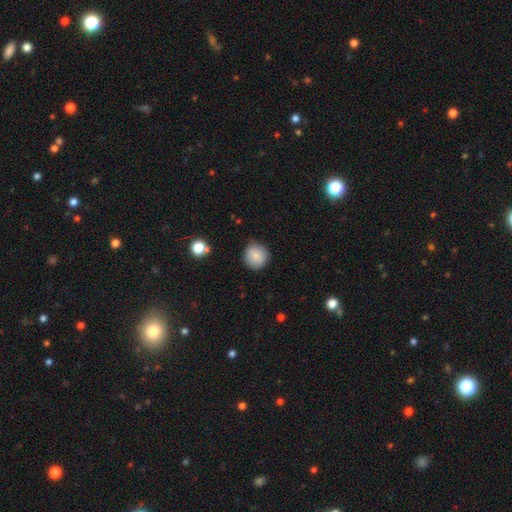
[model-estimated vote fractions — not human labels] A smooth galaxy with no disk features (82%) that is round (91%). Merging: none (81%).